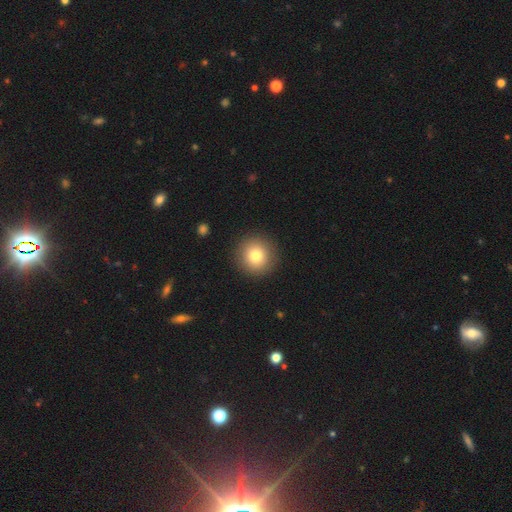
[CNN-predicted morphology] smooth-or-featured: smooth: 79% | featured or disk: 11% | star or artifact: 11%
  how-rounded: round: 94% | in between: 5% | cigar-shaped: 1%
  merging: none: 92% | minor disturbance: 5% | major disturbance: 2% | merger: 1%